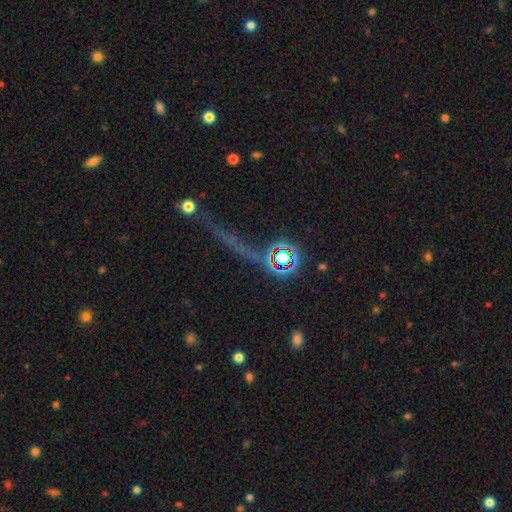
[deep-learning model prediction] A star or artifact, not a galaxy (47%).

Vote fractions:
- Smooth or featured? star or artifact: 47% / smooth: 28% / featured or disk: 25%